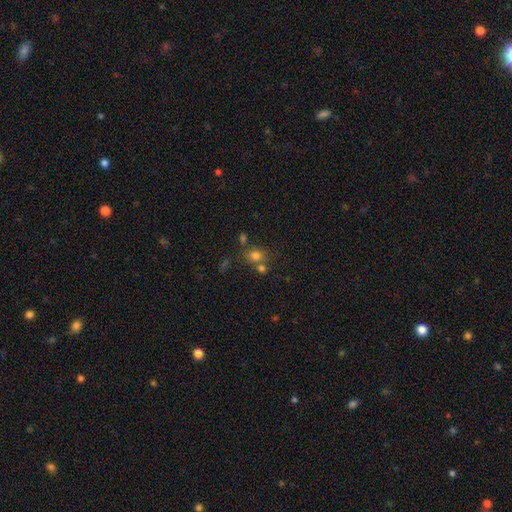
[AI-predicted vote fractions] Smooth or featured: smooth — 74% (star or artifact — 15%)
How rounded: round — 65% (in between — 34%)
Merging: none — 55% (merger — 29%)